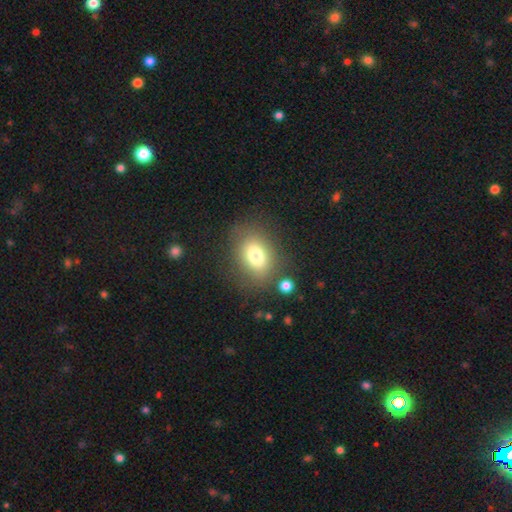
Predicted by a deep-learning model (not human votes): This appears to be a smooth galaxy with no disk features (77%) that is in between round and cigar-shaped (66%). Merging: none (76%).